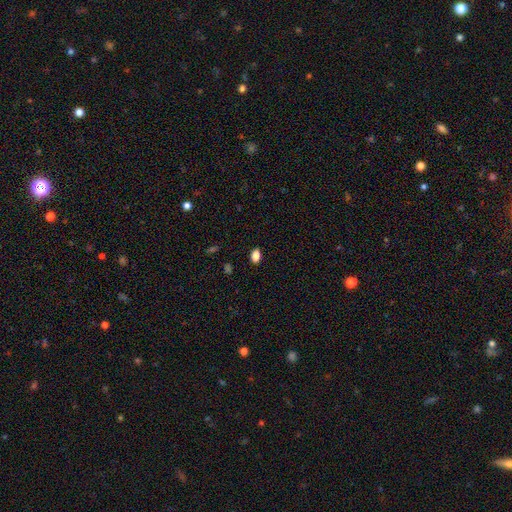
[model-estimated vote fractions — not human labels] Smooth or featured? Predicted: smooth (p=0.85). How rounded? Predicted: in between (p=0.83). Merging? Predicted: none (p=0.88).